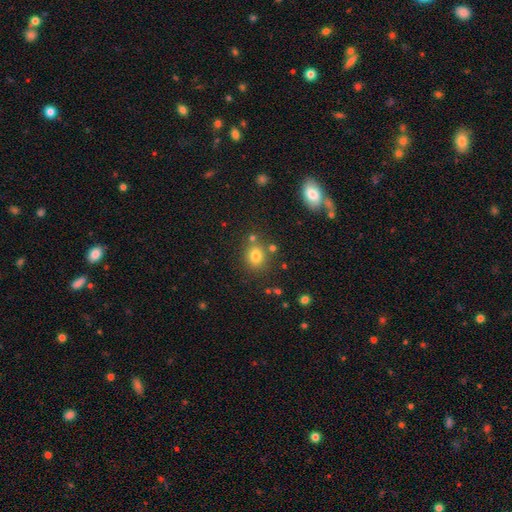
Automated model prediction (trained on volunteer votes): A smooth galaxy with no disk features (78%) that is round (70%).

Vote fractions:
- Smooth or featured? smooth: 78% / star or artifact: 14% / featured or disk: 8%
- How rounded? round: 70% / in between: 29% / cigar-shaped: 1%
- Merging? none: 76% / minor disturbance: 11% / merger: 9% / major disturbance: 4%